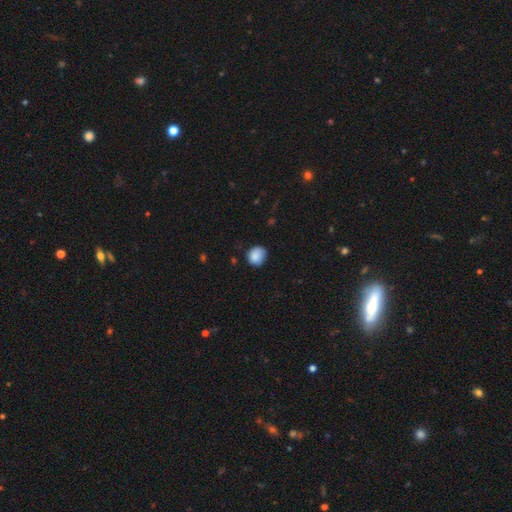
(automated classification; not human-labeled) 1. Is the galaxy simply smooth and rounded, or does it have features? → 87% smooth, 8% star or artifact, 5% featured or disk.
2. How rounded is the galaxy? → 75% round, 25% in between, 1% cigar-shaped.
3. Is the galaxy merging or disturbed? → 72% none, 23% minor disturbance, 4% major disturbance, 1% merger.